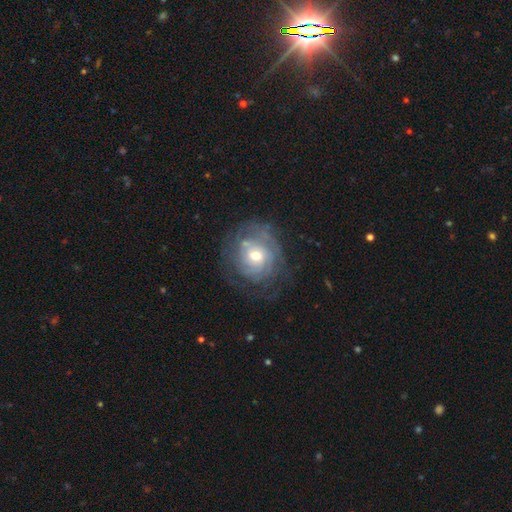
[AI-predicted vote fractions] Smooth or featured? featured or disk (73%)
Edge-on disk? no (96%)
Bar? no (69%)
Spiral arms? yes (81%)
Spiral winding? tight (69%)
Spiral arm count? can't tell (56%)
Bulge size? moderate (61%)
Merging? none (67%)